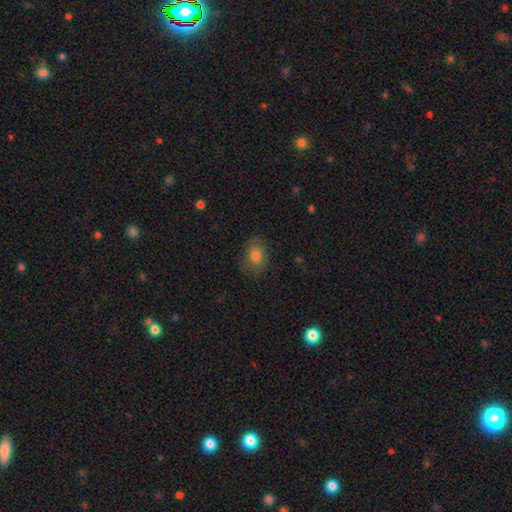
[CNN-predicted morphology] Smooth or featured?
  - smooth: 73% *
  - featured or disk: 17%
  - star or artifact: 11%
How rounded?
  - in between: 70% *
  - round: 29%
  - cigar-shaped: 1%
Merging?
  - none: 73% *
  - minor disturbance: 19%
  - major disturbance: 7%
  - merger: 1%